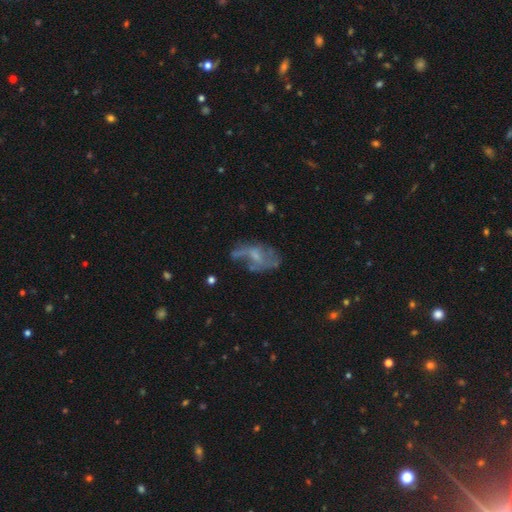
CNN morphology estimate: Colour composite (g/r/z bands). It shows a featured or disk galaxy (62%) with no bar (62%), spiral arms (57%) and a small central bulge (47%). Merging: none (39%).